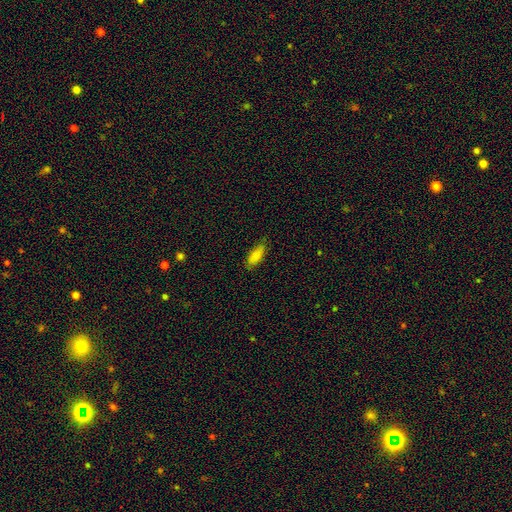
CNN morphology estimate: Q: Smooth or featured?
A: smooth (85%); runner-up: featured or disk (8%)
Q: How rounded?
A: in between (78%); runner-up: cigar-shaped (20%)
Q: Merging?
A: none (77%); runner-up: minor disturbance (19%)